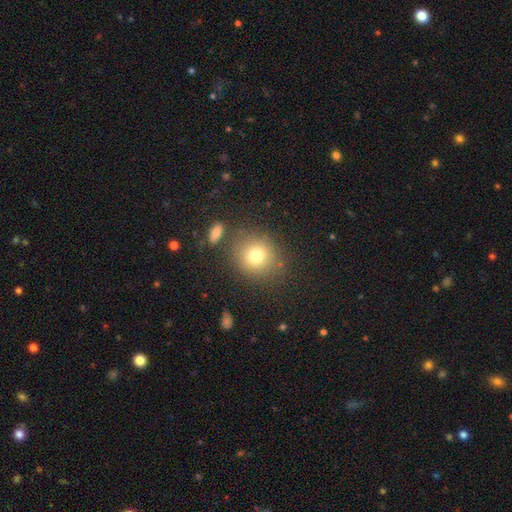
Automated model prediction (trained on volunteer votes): Smooth or featured? Predicted: smooth (p=0.76). How rounded? Predicted: round (p=0.85). Merging? Predicted: none (p=0.80).